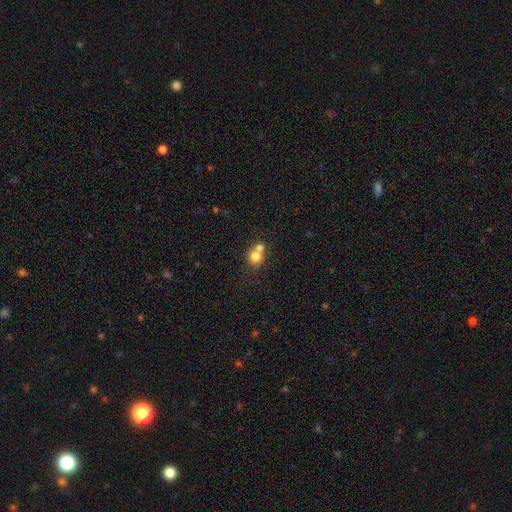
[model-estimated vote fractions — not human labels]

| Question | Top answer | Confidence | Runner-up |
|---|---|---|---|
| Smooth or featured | smooth | 76% | featured or disk (14%) |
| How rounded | round | 77% | in between (22%) |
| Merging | merger | 60% | none (32%) |